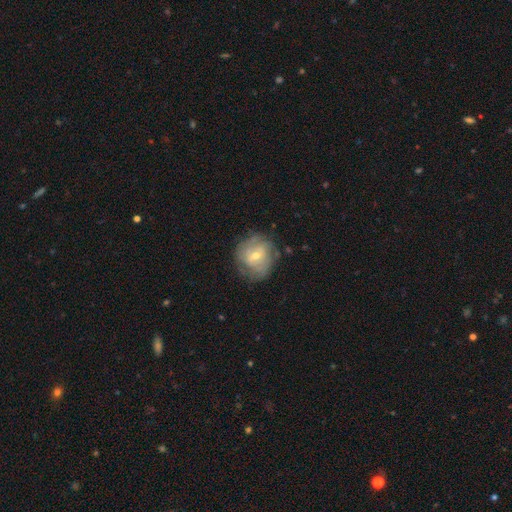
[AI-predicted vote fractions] Smooth or featured? featured or disk (62%)
Edge-on disk? no (97%)
Bar? weak (45%)
Spiral arms? yes (70%)
Bulge size? moderate (51%)
Merging? none (68%)